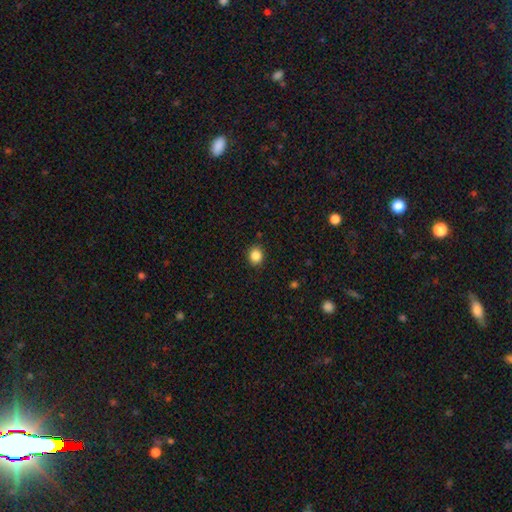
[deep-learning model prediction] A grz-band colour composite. It shows a smooth galaxy with no disk features (86%) that is round (74%). Merging: none (89%).